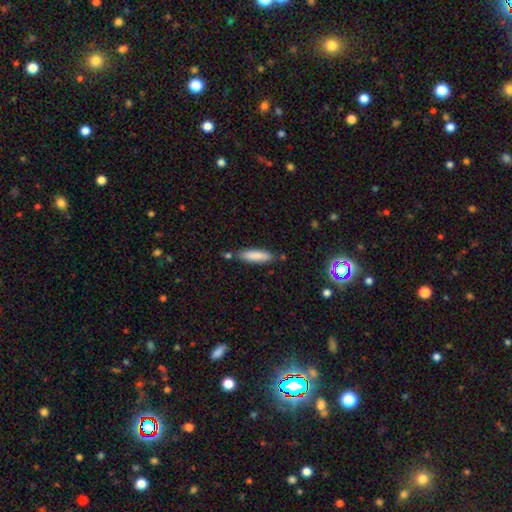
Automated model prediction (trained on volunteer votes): The model was most divided on "how rounded": cigar-shaped: 66%, in between: 33%, round: 1%. More confident: smooth or featured — smooth (85%); merging — none (77%).